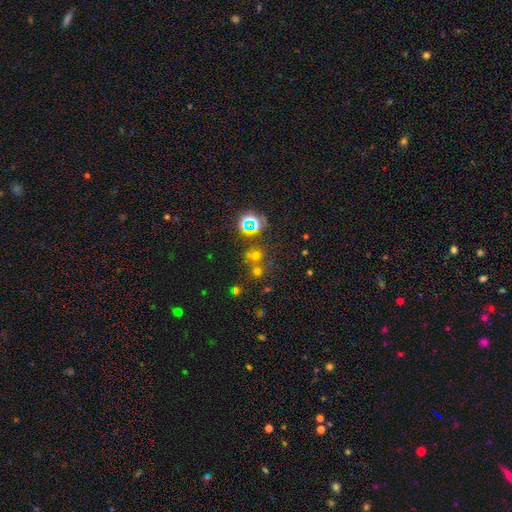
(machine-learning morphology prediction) This appears to be a smooth galaxy with no disk features (47%). Merging: none (61%).